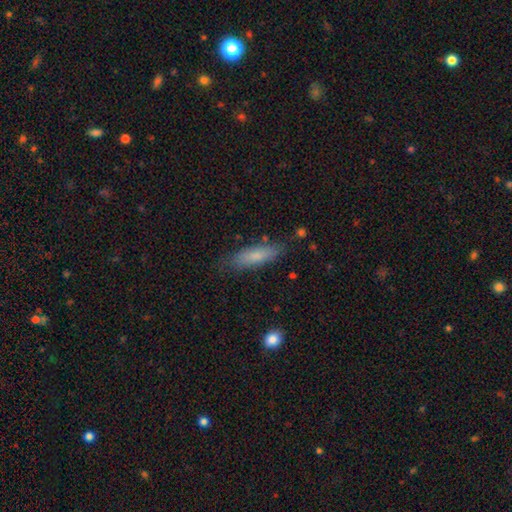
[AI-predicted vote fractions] Smooth or featured? Predicted: smooth (p=0.77). How rounded? Predicted: cigar-shaped (p=0.62). Merging? Predicted: none (p=0.79).